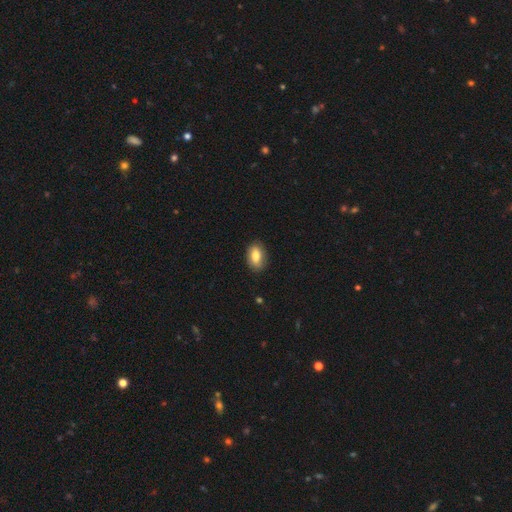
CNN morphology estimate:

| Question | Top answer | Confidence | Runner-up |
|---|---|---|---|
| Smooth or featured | smooth | 78% | featured or disk (14%) |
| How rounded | in between | 89% | round (8%) |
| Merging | none | 83% | minor disturbance (13%) |